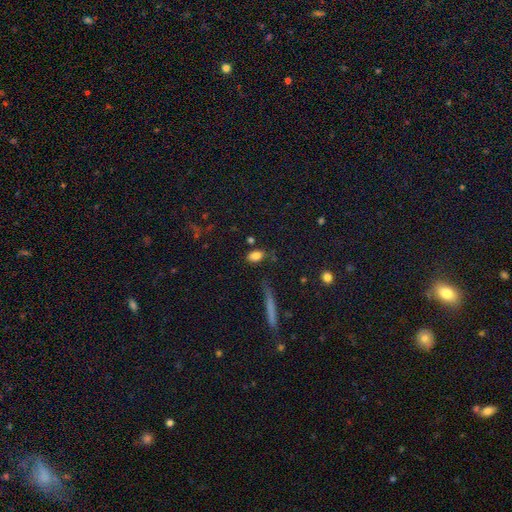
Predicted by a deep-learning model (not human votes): This appears to be a smooth galaxy with no disk features (83%) that is in between round and cigar-shaped (84%). Merging: none (74%).